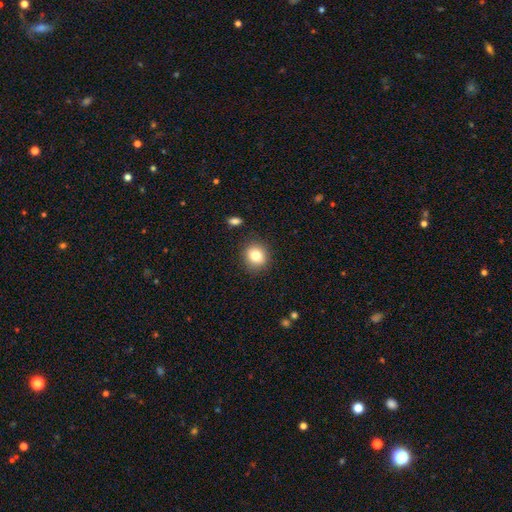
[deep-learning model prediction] smooth_or_featured: smooth (p=0.81) [alt: star or artifact p=0.10]
how_rounded: round (p=0.78) [alt: in between p=0.21]
merging: none (p=0.88) [alt: minor disturbance p=0.08]